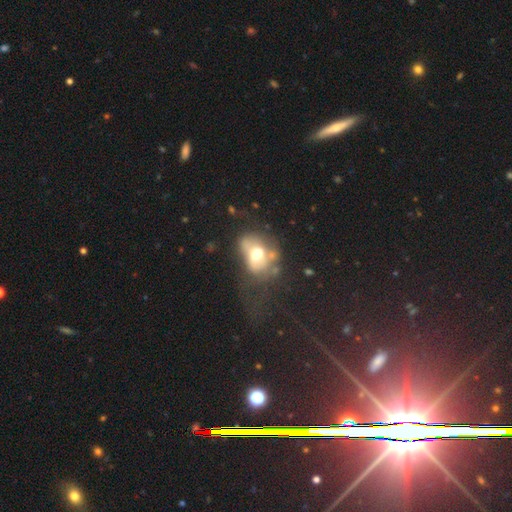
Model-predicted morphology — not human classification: A smooth galaxy with no disk features (50%) that is in between round and cigar-shaped (65%). Merging: major disturbance (34%).